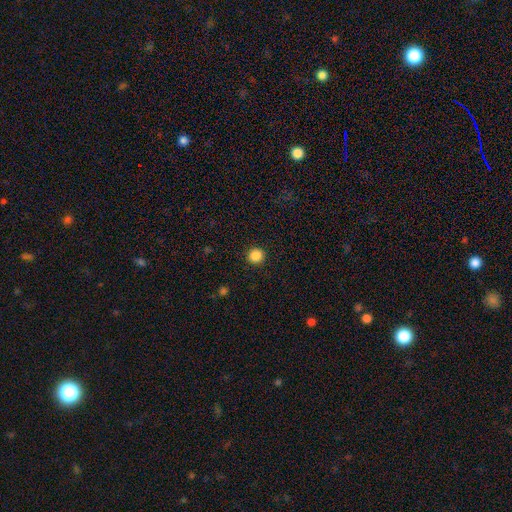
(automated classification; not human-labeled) Smooth or featured: smooth — 87% (star or artifact — 10%)
How rounded: round — 92% (in between — 7%)
Merging: none — 92% (minor disturbance — 5%)